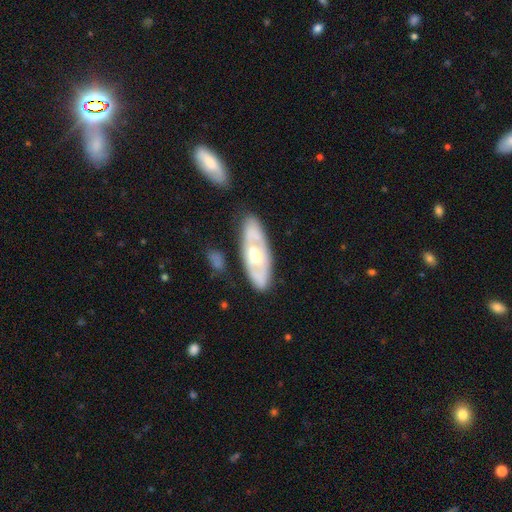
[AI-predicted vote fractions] featured or disk 65%, smooth 30%, star or artifact 5%. Down the decision tree: edge-on disk — no (81%); bar — no (72%); spiral arms — no (68%); bulge size — moderate (71%); merging — none (75%).